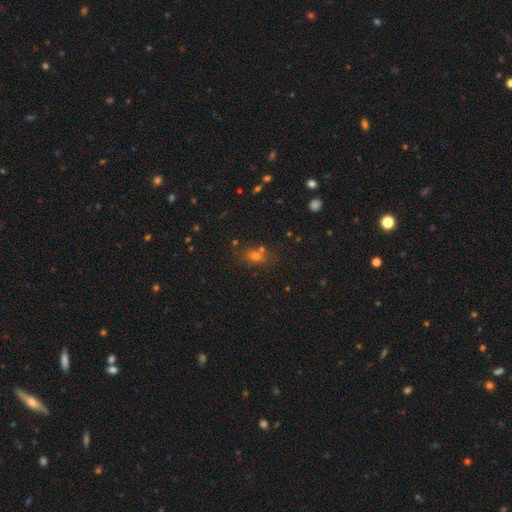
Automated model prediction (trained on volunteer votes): smooth_or_featured: smooth (p=0.61) [alt: star or artifact p=0.27]
how_rounded: in between (p=0.53) [alt: round p=0.43]
merging: none (p=0.63) [alt: merger p=0.20]